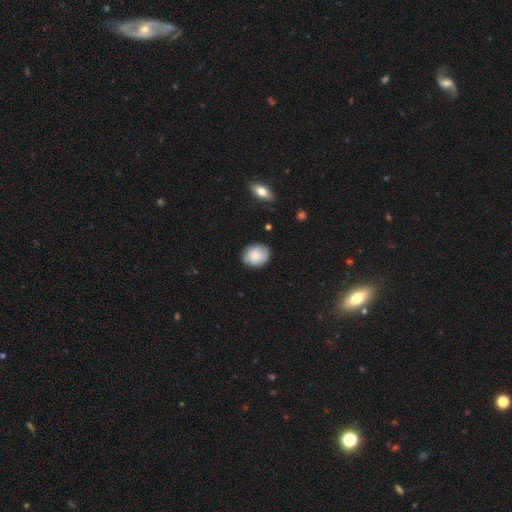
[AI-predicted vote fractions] Smooth or featured: smooth — 78% (featured or disk — 15%)
How rounded: round — 54% (in between — 45%)
Merging: none — 76% (minor disturbance — 19%)